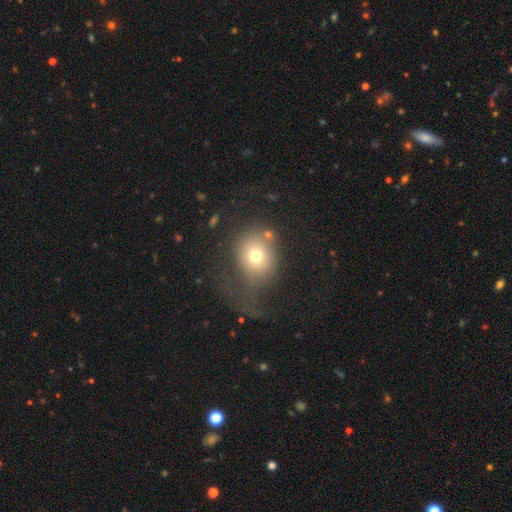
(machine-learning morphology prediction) type=smooth (69%); roundness=round (69%); merging=major disturbance (41%).